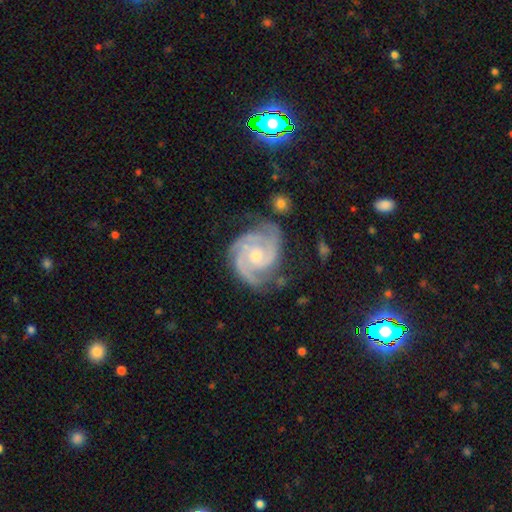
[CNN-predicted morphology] smooth-or-featured: featured or disk: 92% | star or artifact: 4% | smooth: 4%
  disk-edge-on: no: 98% | yes: 2%
    bar: no: 69% | weak: 26% | strong: 6%
    has-spiral-arms: yes: 99% | no: 1%
      spiral-winding: tight: 62% | medium: 34% | loose: 4%
      spiral-arm-count: 3: 54% | 2: 25% | 4: 7% | can't tell: 6% | 1: 4% | more than 4: 4%
    bulge-size: moderate: 51% | small: 46% | large: 2% | none: 1% | dominant: 1%
  merging: none: 68% | minor disturbance: 22% | major disturbance: 7% | merger: 2%